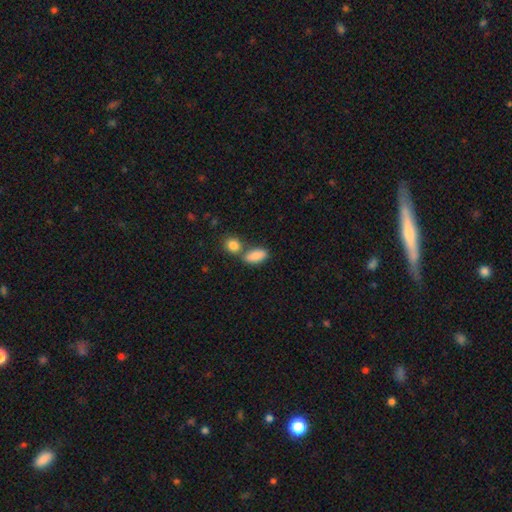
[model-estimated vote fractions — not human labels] smooth-or-featured: smooth: 87% | star or artifact: 7% | featured or disk: 6%
  how-rounded: in between: 88% | cigar-shaped: 6% | round: 5%
  merging: none: 50% | merger: 35% | minor disturbance: 11% | major disturbance: 4%